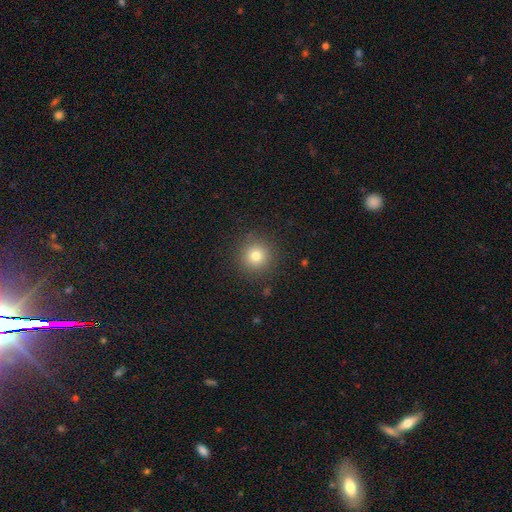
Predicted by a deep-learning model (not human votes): Smooth or featured: smooth — 78% (star or artifact — 14%)
How rounded: round — 95% (in between — 4%)
Merging: none — 89% (minor disturbance — 7%)